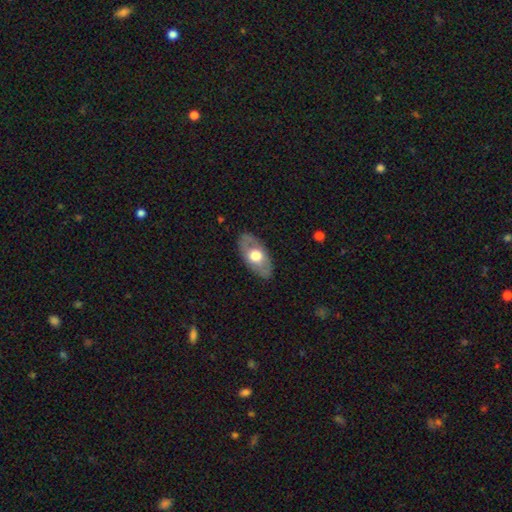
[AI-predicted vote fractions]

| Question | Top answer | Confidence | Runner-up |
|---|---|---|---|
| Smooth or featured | smooth | 49% | featured or disk (46%) |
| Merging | none | 83% | minor disturbance (13%) |